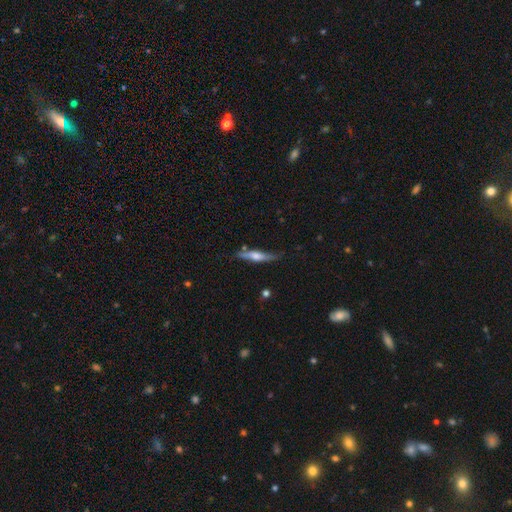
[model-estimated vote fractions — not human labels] A featured or disk galaxy (55%) viewed edge-on (91%) with a rounded central bulge (82%). Merging: none (70%).